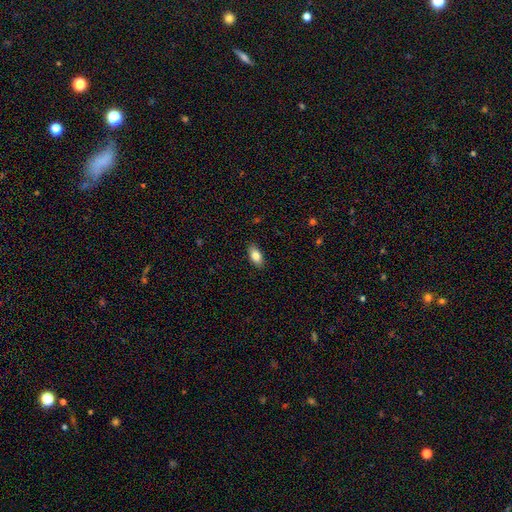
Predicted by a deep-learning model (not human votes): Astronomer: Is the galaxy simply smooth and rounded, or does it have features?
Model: smooth — 82%.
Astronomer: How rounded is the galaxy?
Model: in between — 91%.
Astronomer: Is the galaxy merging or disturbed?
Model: none — 89%.